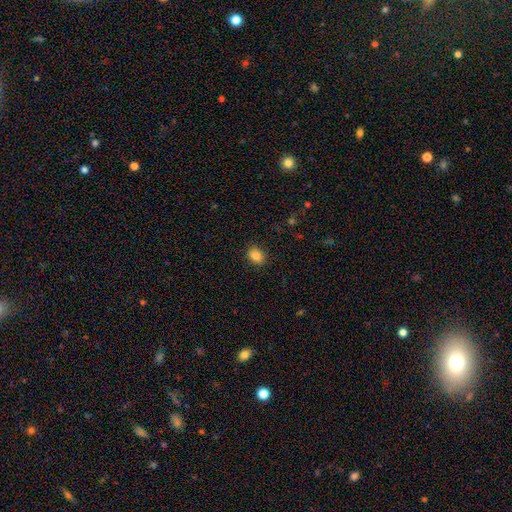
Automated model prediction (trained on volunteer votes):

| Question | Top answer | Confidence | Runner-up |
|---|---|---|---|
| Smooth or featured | smooth | 85% | star or artifact (10%) |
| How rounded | in between | 64% | round (35%) |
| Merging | none | 87% | minor disturbance (9%) |